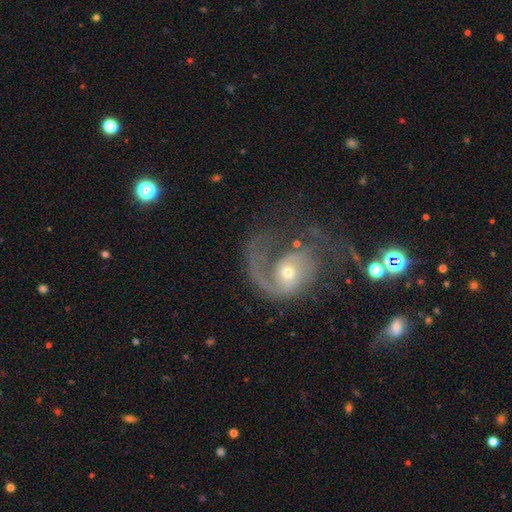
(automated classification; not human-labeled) Smooth or featured?
  - featured or disk: 84% *
  - smooth: 9%
  - star or artifact: 7%
Edge-on disk?
  - no: 98% *
  - yes: 2%
Bar?
  - no: 66% *
  - weak: 27%
  - strong: 7%
Spiral arms?
  - yes: 92% *
  - no: 8%
Spiral winding?
  - medium: 45% *
  - loose: 30%
  - tight: 25%
Spiral arm count?
  - 1: 60% *
  - 2: 27%
  - can't tell: 7%
  - 3: 3%
  - 4: 2%
  - more than 4: 2%
Bulge size?
  - small: 50% *
  - moderate: 44%
  - large: 3%
  - none: 2%
  - dominant: 1%
Merging?
  - major disturbance: 39% * (tied)
  - none: 39% * (tied)
  - minor disturbance: 16%
  - merger: 6%